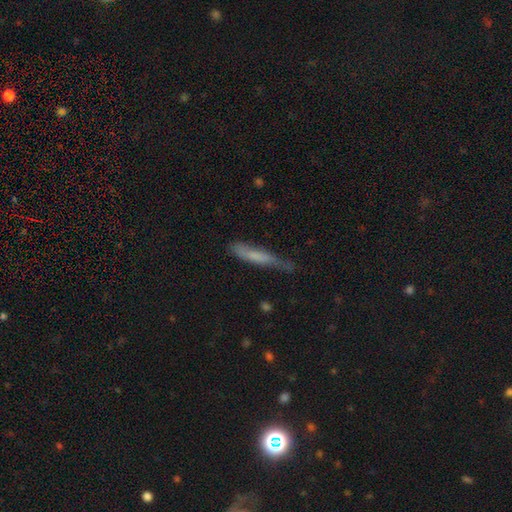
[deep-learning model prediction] Overall: smooth (64%; featured or disk 28%). How rounded: cigar-shaped (89%). Merging: none (50%; minor disturbance 34%).